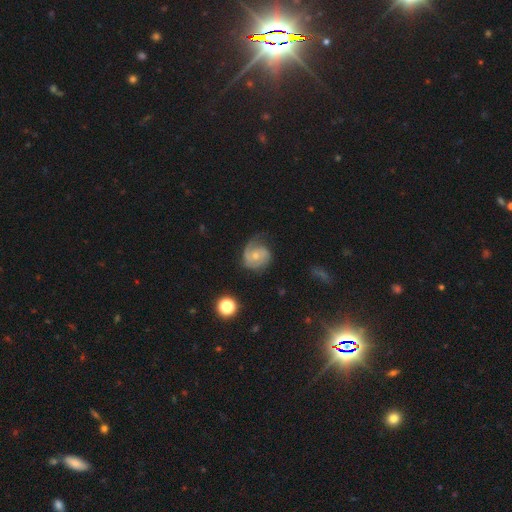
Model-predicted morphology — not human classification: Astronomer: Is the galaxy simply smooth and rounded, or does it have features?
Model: featured or disk — 71%.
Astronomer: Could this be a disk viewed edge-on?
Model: no — 98%.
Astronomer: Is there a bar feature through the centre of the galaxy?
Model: no — 70%.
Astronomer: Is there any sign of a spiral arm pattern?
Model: yes — 92%.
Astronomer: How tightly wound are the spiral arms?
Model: tight — 41% (runner-up: medium, 39%).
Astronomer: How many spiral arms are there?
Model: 2 — 48% (runner-up: 1, 27%).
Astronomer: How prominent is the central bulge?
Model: small — 56% (runner-up: moderate, 39%).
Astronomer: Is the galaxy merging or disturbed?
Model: none — 55%.